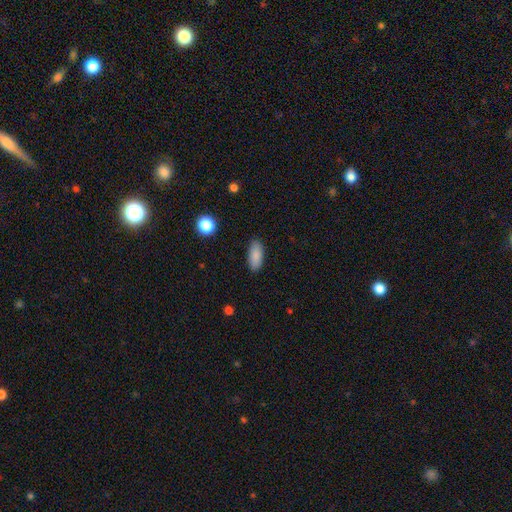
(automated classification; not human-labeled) This is clearly a smooth galaxy (87%). How rounded: clearly in between (87%). Merging: clearly none (87%).